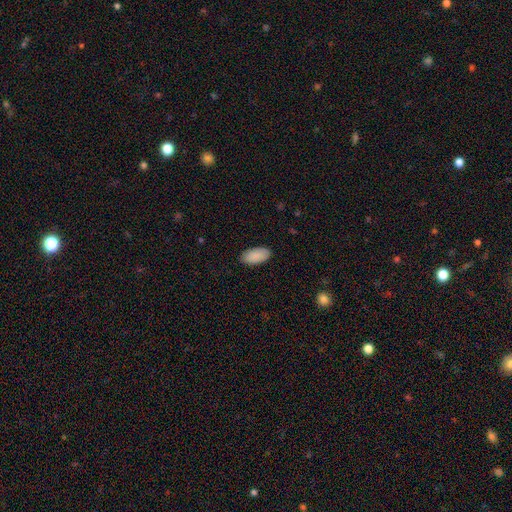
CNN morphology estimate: Smooth or featured? smooth (90%)
How rounded? in between (95%)
Merging? none (87%)